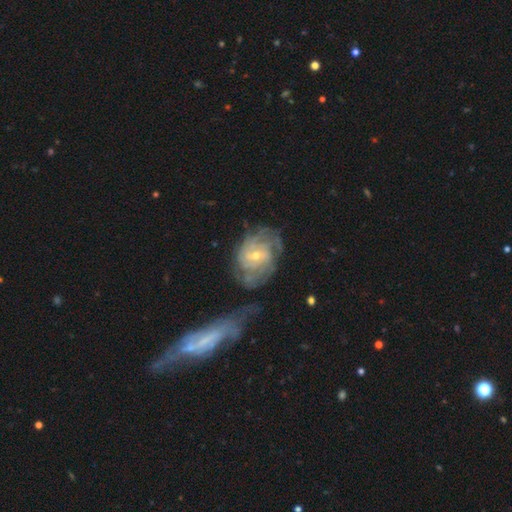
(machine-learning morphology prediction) smooth_or_featured: featured or disk (p=0.82) [alt: smooth p=0.12]
disk_edge_on: no (p=0.96) [alt: yes p=0.04]
bar: no (p=0.54) [alt: weak p=0.38]
has_spiral_arms: yes (p=0.91) [alt: no p=0.09]
spiral_winding: tight (p=0.65) [alt: medium p=0.26]
spiral_arm_count: can't tell (p=0.48) [alt: 2 p=0.16]
bulge_size: small (p=0.64) [alt: moderate p=0.33]
merging: none (p=0.46) [alt: minor disturbance p=0.19]